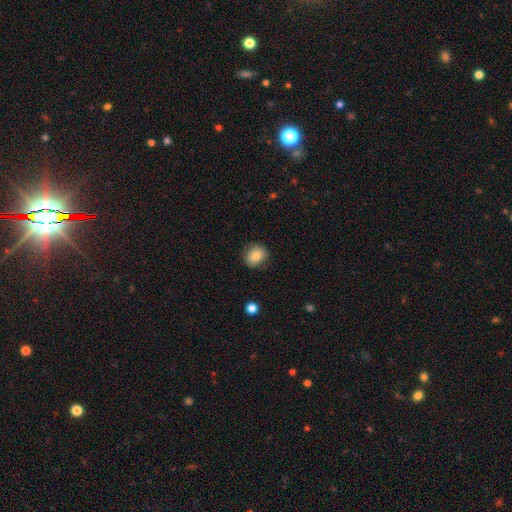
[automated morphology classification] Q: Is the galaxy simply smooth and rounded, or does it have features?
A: smooth — 79%.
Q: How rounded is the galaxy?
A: round — 74%.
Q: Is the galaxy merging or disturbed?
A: none — 82%.